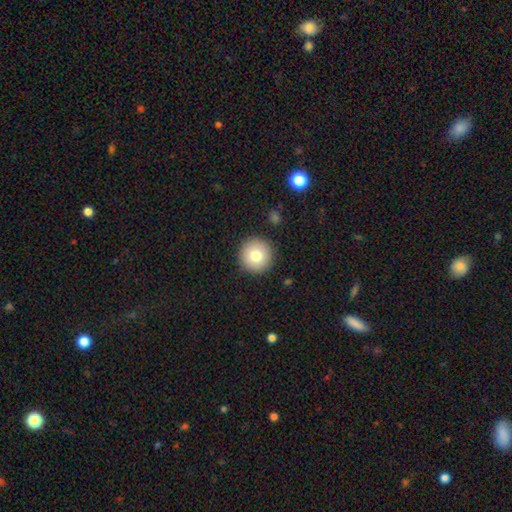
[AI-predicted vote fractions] Q: Smooth or featured?
A: smooth (78%); runner-up: featured or disk (12%)
Q: How rounded?
A: round (96%); runner-up: in between (3%)
Q: Merging?
A: none (91%); runner-up: minor disturbance (6%)